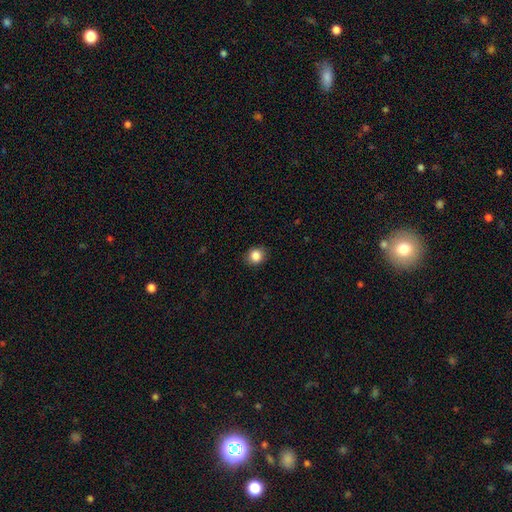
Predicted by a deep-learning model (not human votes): A smooth galaxy with no disk features (85%) that is round (68%).

Vote fractions:
- Smooth or featured? smooth: 85% / star or artifact: 10% / featured or disk: 5%
- How rounded? round: 68% / in between: 31% / cigar-shaped: 1%
- Merging? none: 87% / minor disturbance: 10% / major disturbance: 2% / merger: 1%